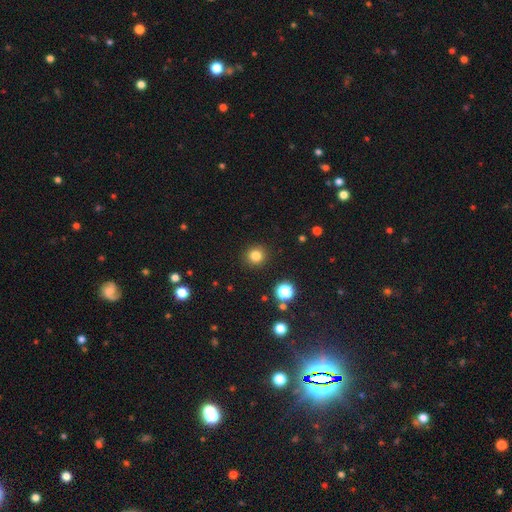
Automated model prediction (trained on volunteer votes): smooth_or_featured: smooth (p=0.82) [alt: star or artifact p=0.13]
how_rounded: round (p=0.94) [alt: in between p=0.06]
merging: none (p=0.91) [alt: minor disturbance p=0.06]